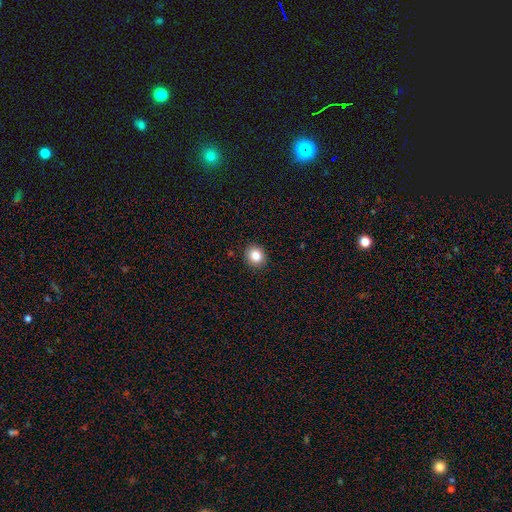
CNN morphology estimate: A smooth galaxy with no disk features (85%) that is round (79%).

Vote fractions:
- Smooth or featured? smooth: 85% / star or artifact: 10% / featured or disk: 5%
- How rounded? round: 79% / in between: 20% / cigar-shaped: 1%
- Merging? none: 91% / minor disturbance: 6% / major disturbance: 2% / merger: 1%